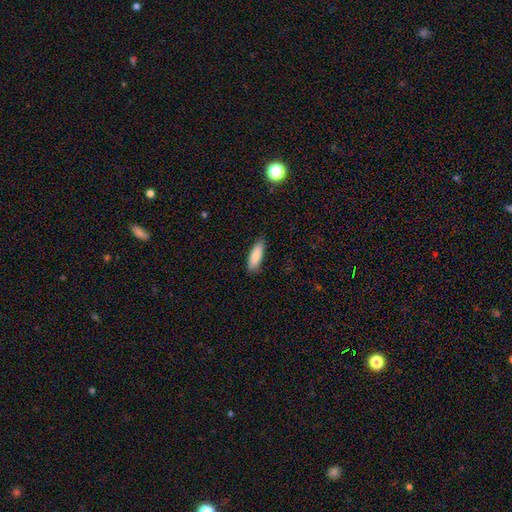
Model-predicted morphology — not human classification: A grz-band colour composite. It shows a smooth galaxy with no disk features (86%) that is in between round and cigar-shaped (54%). Merging: none (86%).